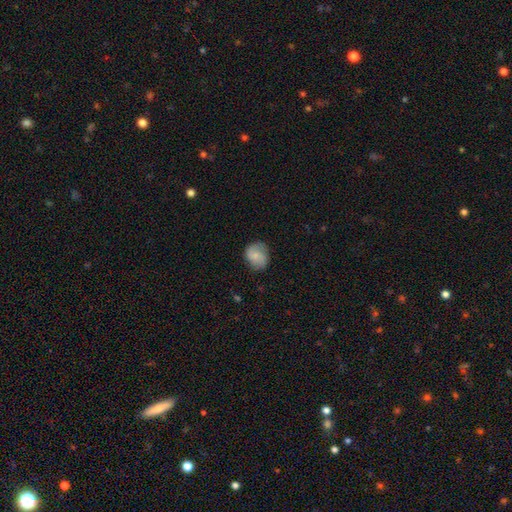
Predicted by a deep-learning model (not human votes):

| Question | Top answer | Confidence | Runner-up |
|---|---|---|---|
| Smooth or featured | smooth | 62% | featured or disk (30%) |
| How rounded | round | 70% | in between (29%) |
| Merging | none | 69% | minor disturbance (23%) |